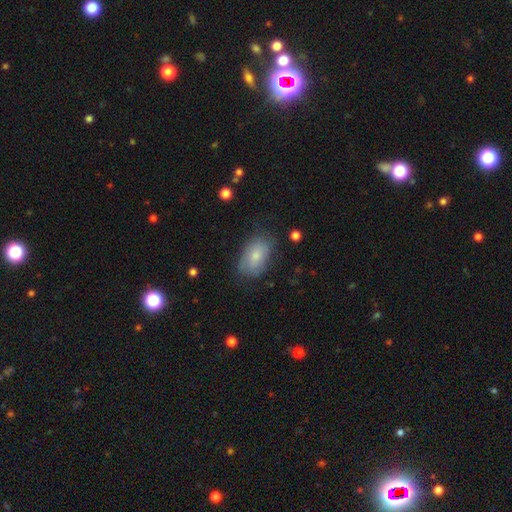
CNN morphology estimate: This is likely a smooth galaxy (71%). How rounded: clearly in between (90%). Merging: likely none (67%).